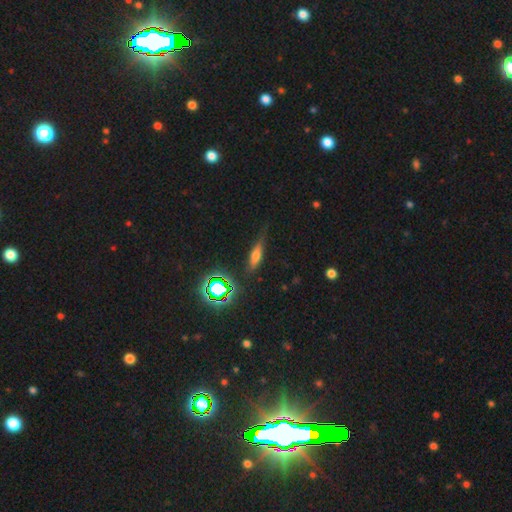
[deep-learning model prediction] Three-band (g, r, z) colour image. It shows a smooth galaxy with no disk features (53%) that is cigar-shaped (56%). Merging: none (68%).